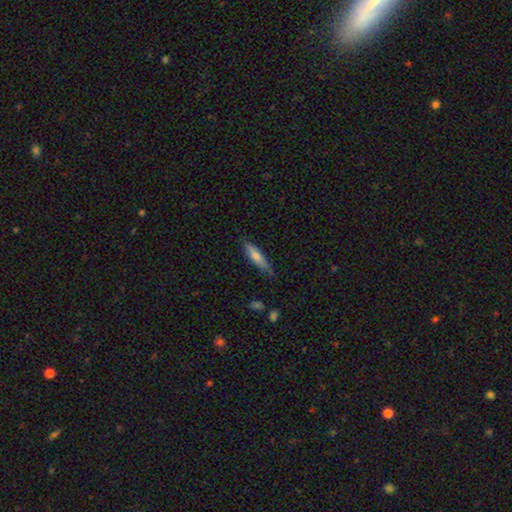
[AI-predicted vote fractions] The model was most divided on "smooth or featured": smooth: 65%, featured or disk: 29%, star or artifact: 6%. More confident: how rounded — cigar-shaped (83%); merging — none (81%).